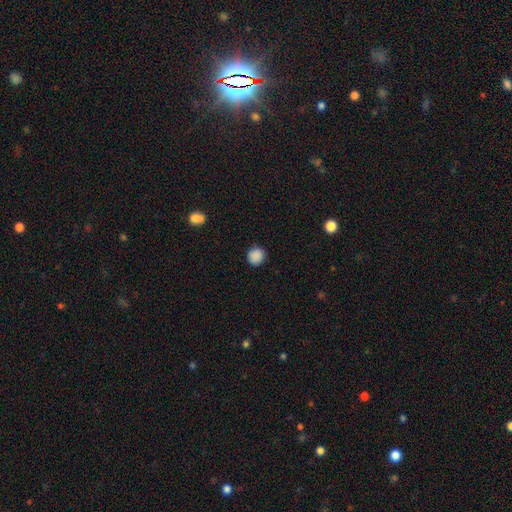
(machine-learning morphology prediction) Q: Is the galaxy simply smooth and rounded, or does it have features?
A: smooth — 88%.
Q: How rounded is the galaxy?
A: round — 91%.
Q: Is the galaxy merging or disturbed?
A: none — 89%.